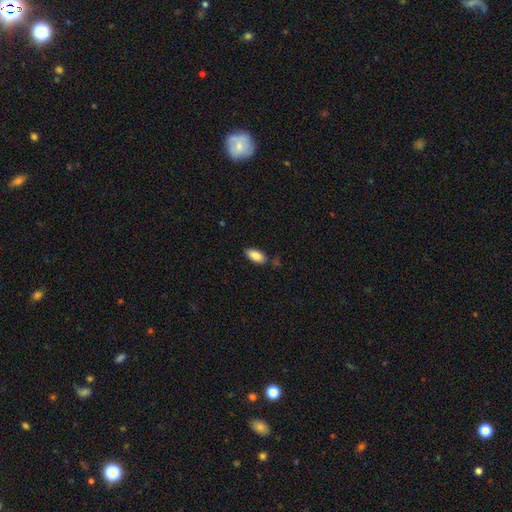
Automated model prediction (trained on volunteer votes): A smooth galaxy with no disk features (87%) that is in between round and cigar-shaped (91%). Merging: none (77%).